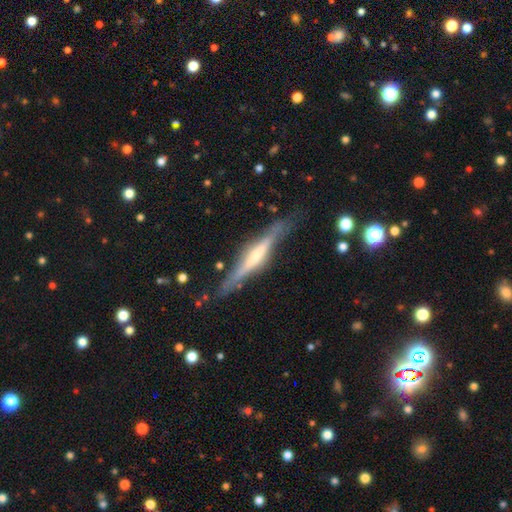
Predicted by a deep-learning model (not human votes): smooth_or_featured: featured or disk (p=0.70) [alt: smooth p=0.24]
disk_edge_on: yes (p=0.94) [alt: no p=0.06]
edge_on_bulge: rounded (p=0.46) [alt: boxy p=0.29]
merging: none (p=0.76) [alt: minor disturbance p=0.16]